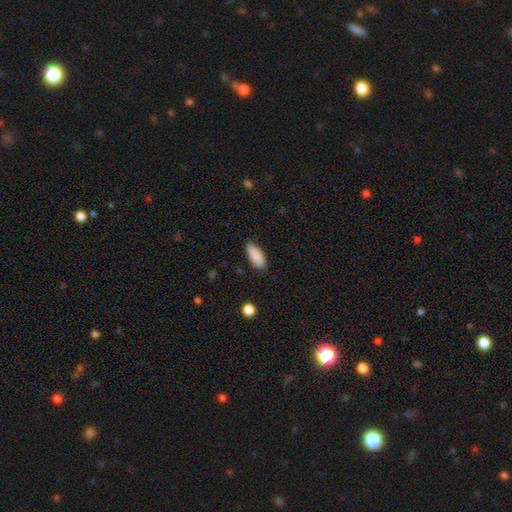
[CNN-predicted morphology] smooth-or-featured: smooth: 89% | star or artifact: 7% | featured or disk: 4%
  how-rounded: in between: 84% | cigar-shaped: 14% | round: 2%
  merging: none: 80% | minor disturbance: 16% | major disturbance: 3% | merger: 1%